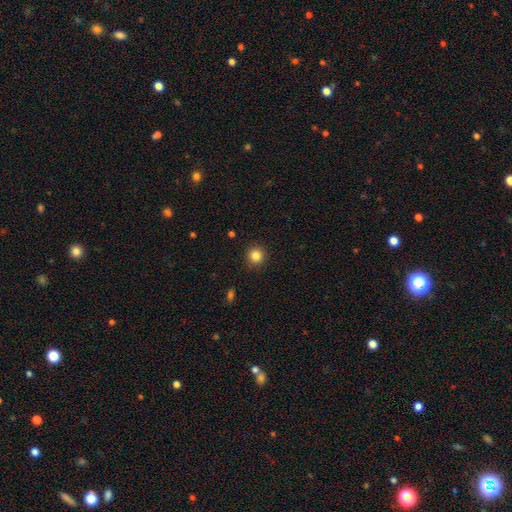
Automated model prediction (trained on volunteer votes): smooth_or_featured: smooth (p=0.85) [alt: star or artifact p=0.11]
how_rounded: round (p=0.94) [alt: in between p=0.05]
merging: none (p=0.92) [alt: minor disturbance p=0.06]